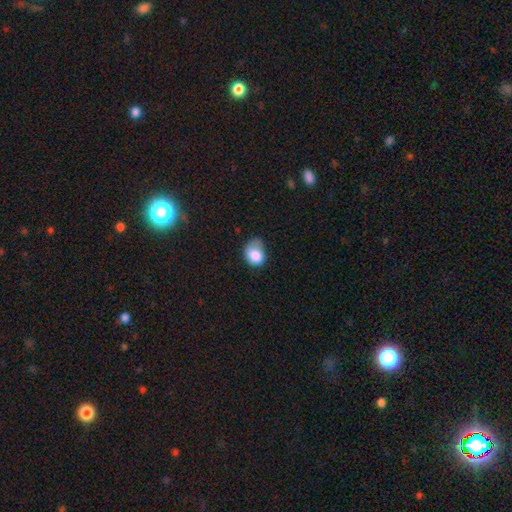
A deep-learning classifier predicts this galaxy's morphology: Smooth or featured?
  - smooth: 82% *
  - featured or disk: 10%
  - star or artifact: 8%
How rounded?
  - in between: 57% *
  - round: 42%
  - cigar-shaped: 1%
Merging?
  - minor disturbance: 43% *
  - none: 31%
  - major disturbance: 23%
  - merger: 3%